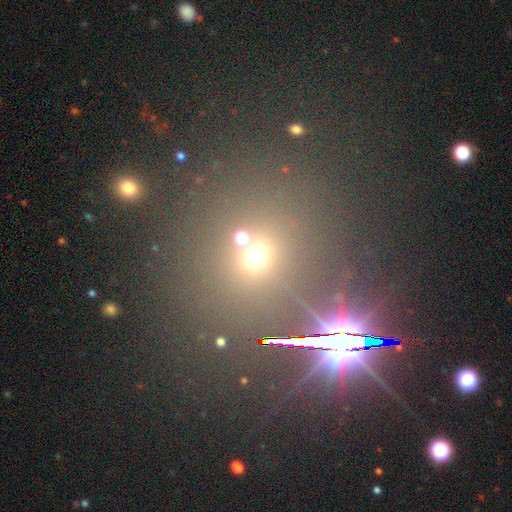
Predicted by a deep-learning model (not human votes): Smooth or featured: smooth — 52% (star or artifact — 39%)
How rounded: round — 76% (in between — 22%)
Merging: none — 69% (merger — 16%)